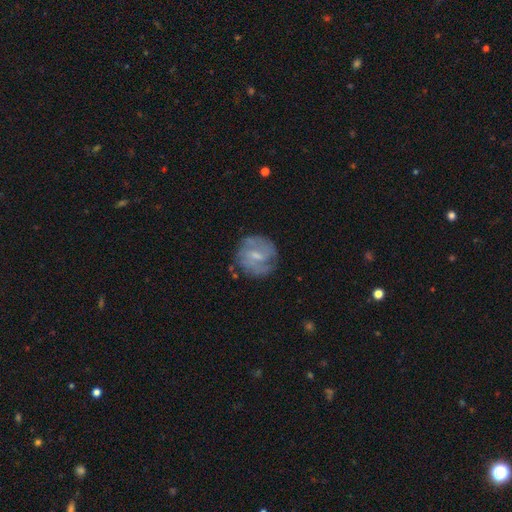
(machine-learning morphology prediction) Smooth or featured?
  - featured or disk: 61% *
  - smooth: 32%
  - star or artifact: 7%
Edge-on disk?
  - no: 97% *
  - yes: 3%
Bar?
  - weak: 56% *
  - no: 30%
  - strong: 15%
Spiral arms?
  - yes: 71% *
  - no: 29%
Bulge size?
  - small: 46% *
  - moderate: 35%
  - none: 16%
  - large: 2%
  - dominant: 1%
Merging?
  - none: 70% *
  - minor disturbance: 19%
  - major disturbance: 9%
  - merger: 2%